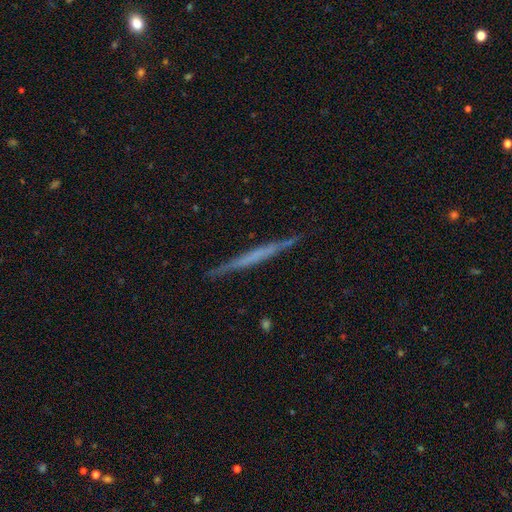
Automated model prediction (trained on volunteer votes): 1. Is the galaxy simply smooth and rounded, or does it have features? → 56% featured or disk, 38% smooth, 6% star or artifact.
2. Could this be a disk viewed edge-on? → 97% yes, 3% no.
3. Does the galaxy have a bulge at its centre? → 89% none, 6% rounded, 5% boxy.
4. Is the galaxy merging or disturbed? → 90% none, 8% minor disturbance, 1% major disturbance, 1% merger.